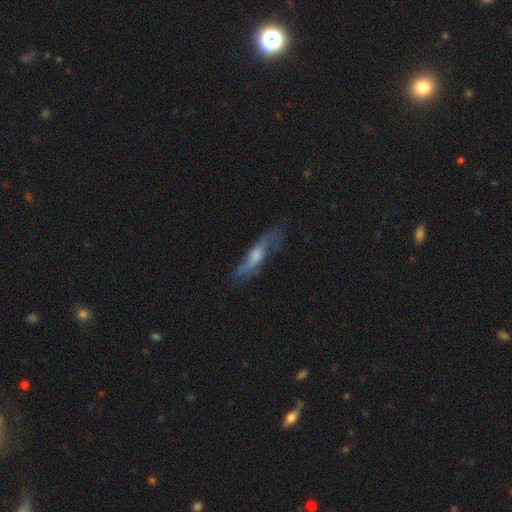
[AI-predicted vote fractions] featured or disk 65%, smooth 28%, star or artifact 7%. Down the decision tree: edge-on disk — no (53%); merging — none (63%).